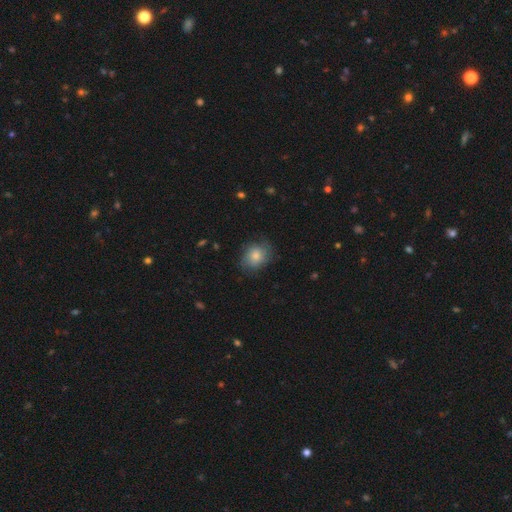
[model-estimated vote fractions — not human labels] Smooth or featured: smooth — 74% (featured or disk — 18%)
How rounded: round — 62% (in between — 37%)
Merging: none — 70% (minor disturbance — 22%)